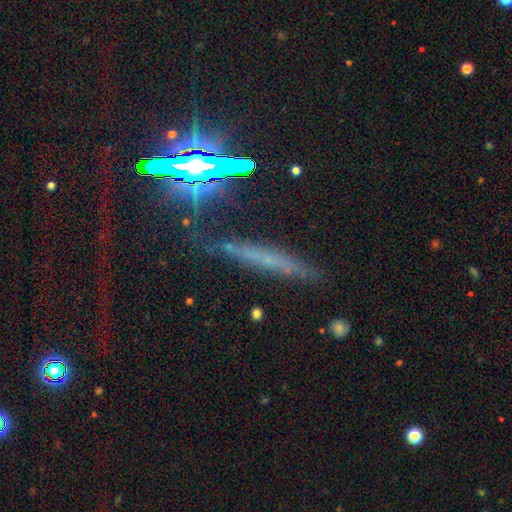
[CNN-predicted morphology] This is marginally a star or artifact rather than a galaxy (39%).